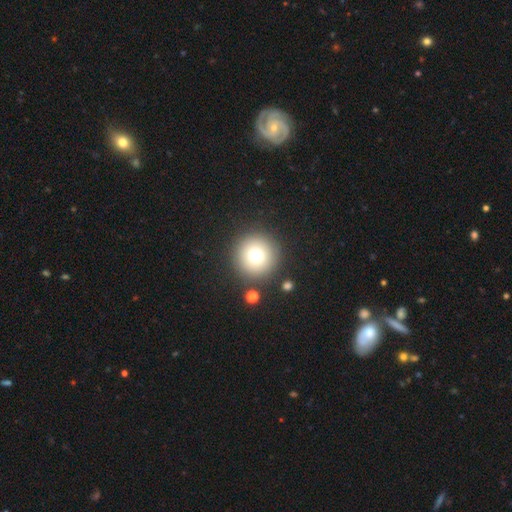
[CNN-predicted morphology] Smooth or featured? smooth (72%)
How rounded? round (96%)
Merging? none (87%)